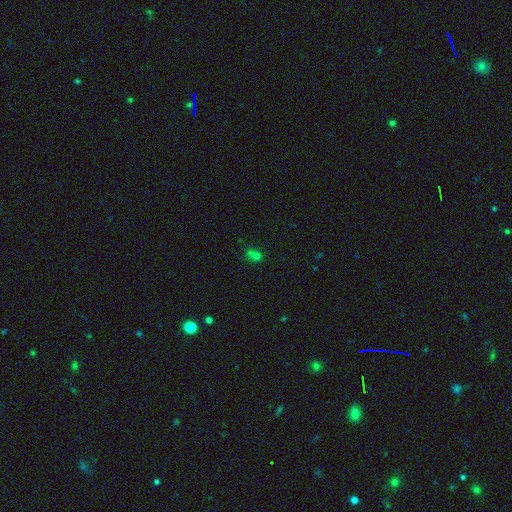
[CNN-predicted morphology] Overall: smooth (61%; star or artifact 27%). How rounded: round (71%). Merging: merger (42%; none 40%).